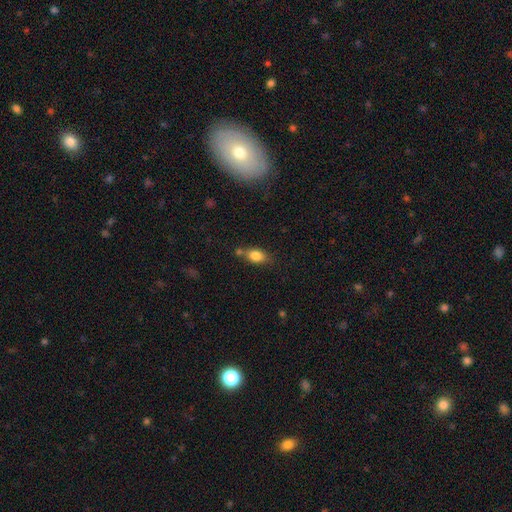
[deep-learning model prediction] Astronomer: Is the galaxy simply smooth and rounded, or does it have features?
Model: smooth — 81%.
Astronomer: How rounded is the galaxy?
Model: in between — 79%.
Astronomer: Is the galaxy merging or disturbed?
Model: none — 60%.